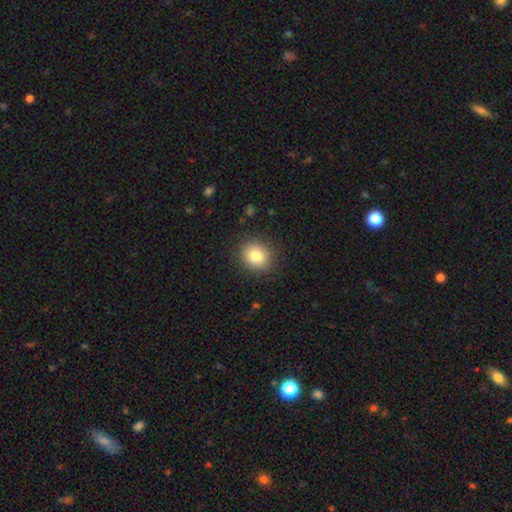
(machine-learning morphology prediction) A smooth galaxy with no disk features (82%) that is round (77%).

Vote fractions:
- Smooth or featured? smooth: 82% / star or artifact: 10% / featured or disk: 9%
- How rounded? round: 77% / in between: 22% / cigar-shaped: 1%
- Merging? none: 87% / minor disturbance: 9% / major disturbance: 3% / merger: 1%